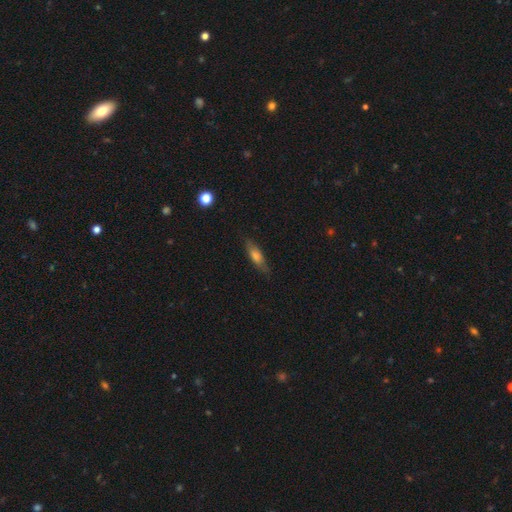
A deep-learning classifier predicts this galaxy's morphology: The model was most divided on "how rounded": cigar-shaped: 55%, in between: 42%, round: 3%. More confident: merging — none (80%); smooth or featured — smooth (58%).